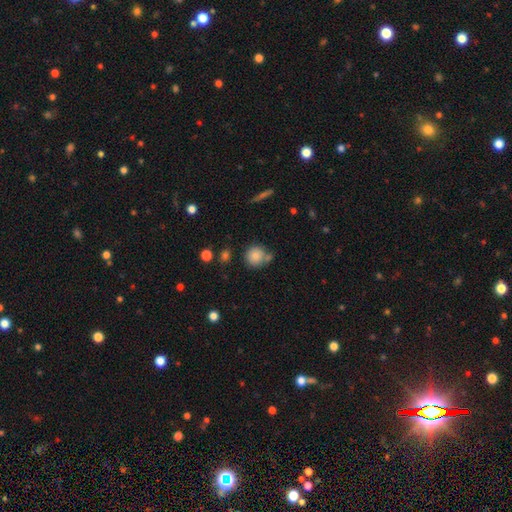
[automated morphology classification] This is clearly a smooth galaxy (82%). How rounded: clearly round (90%). Merging: likely none (64%).